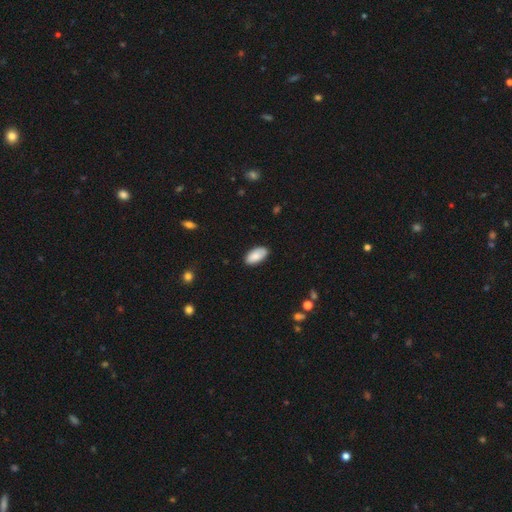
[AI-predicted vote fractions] The model was most divided on "merging": none: 86%, minor disturbance: 11%, major disturbance: 2%, merger: 1%. More confident: how rounded — in between (95%); smooth or featured — smooth (85%).